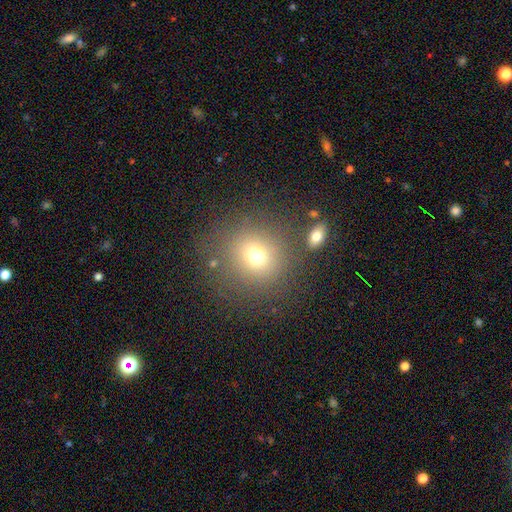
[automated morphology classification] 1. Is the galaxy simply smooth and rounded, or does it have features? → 70% smooth, 18% star or artifact, 12% featured or disk.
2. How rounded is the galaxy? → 85% round, 14% in between, 1% cigar-shaped.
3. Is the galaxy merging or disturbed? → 78% none, 10% minor disturbance, 6% merger, 6% major disturbance.